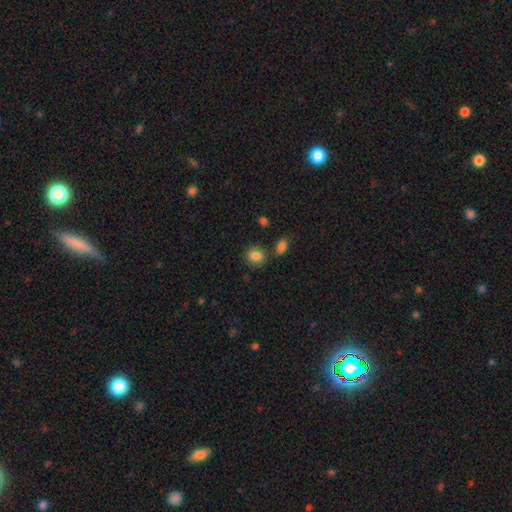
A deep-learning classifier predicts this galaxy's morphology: smooth 85%, star or artifact 9%, featured or disk 6%. Down the decision tree: how rounded — round (66%); merging — none (75%).